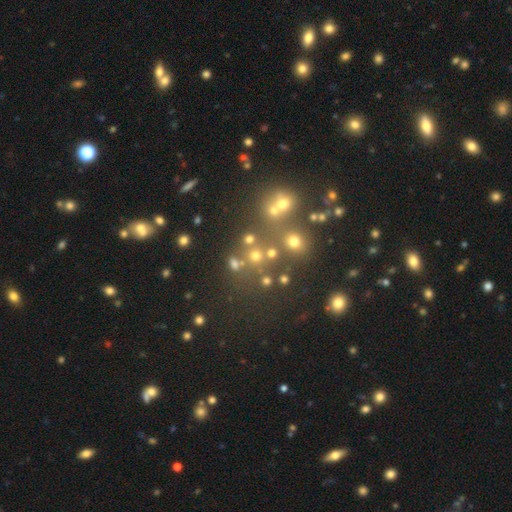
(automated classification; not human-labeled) The model was most divided on "smooth or featured": star or artifact: 49%, smooth: 34%, featured or disk: 17%.